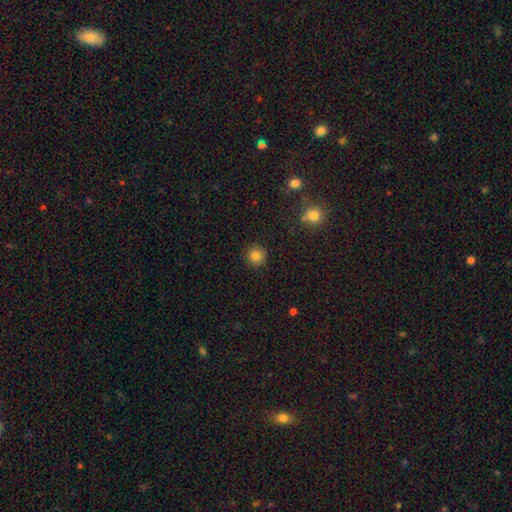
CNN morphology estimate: Smooth or featured?
  - smooth: 83% *
  - star or artifact: 12%
  - featured or disk: 5%
How rounded?
  - round: 94% *
  - in between: 5%
  - cigar-shaped: 1%
Merging?
  - none: 91% *
  - minor disturbance: 6%
  - major disturbance: 2%
  - merger: 1%